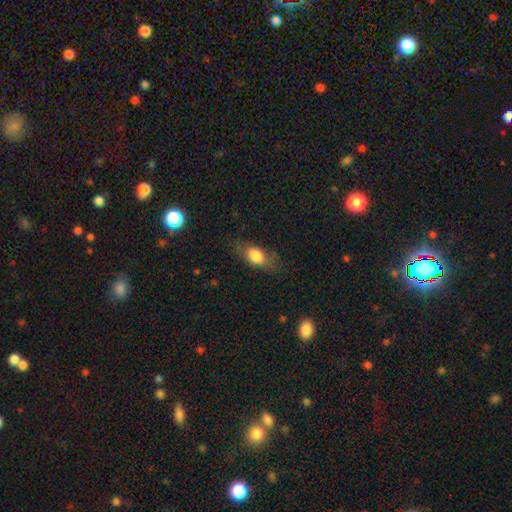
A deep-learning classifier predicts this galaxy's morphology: Smooth or featured?
  - smooth: 76% *
  - featured or disk: 16%
  - star or artifact: 8%
How rounded?
  - in between: 78% *
  - round: 11%
  - cigar-shaped: 11%
Merging?
  - none: 71% *
  - minor disturbance: 20%
  - major disturbance: 9%
  - merger: 1%